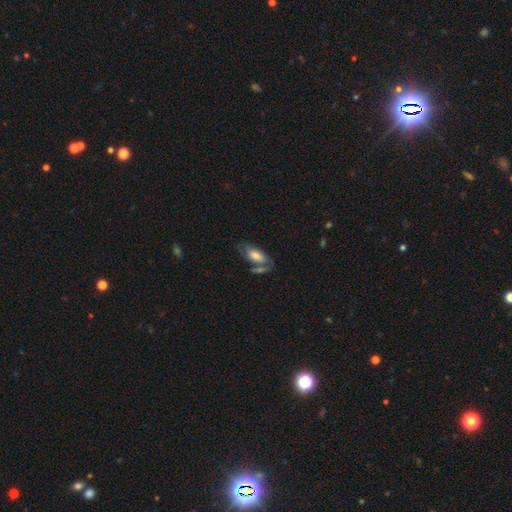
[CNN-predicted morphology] Overall: smooth (58%; featured or disk 35%). How rounded: in between (84%). Merging: none (47%; merger 22%).